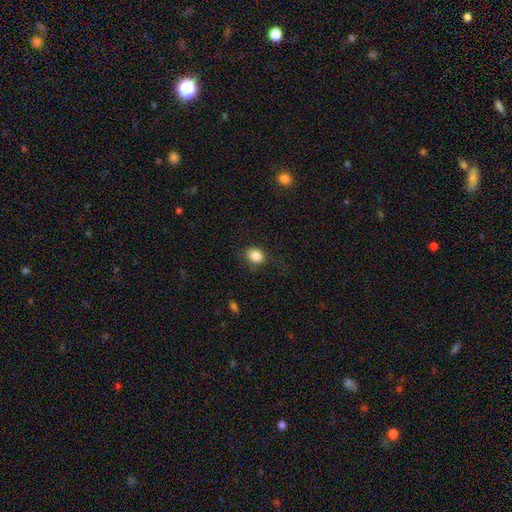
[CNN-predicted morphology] A smooth galaxy with no disk features (85%) that is round (55%).

Vote fractions:
- Smooth or featured? smooth: 85% / star or artifact: 9% / featured or disk: 6%
- How rounded? round: 55% / in between: 44% / cigar-shaped: 1%
- Merging? none: 72% / minor disturbance: 19% / major disturbance: 8% / merger: 1%